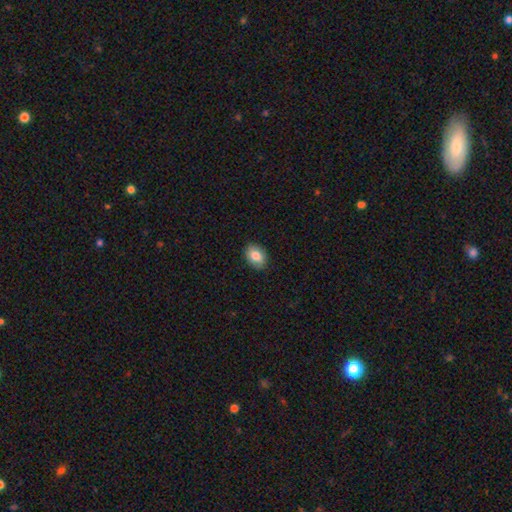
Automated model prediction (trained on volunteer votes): This is clearly a smooth galaxy (83%). How rounded: likely in between (75%). Merging: clearly none (89%).